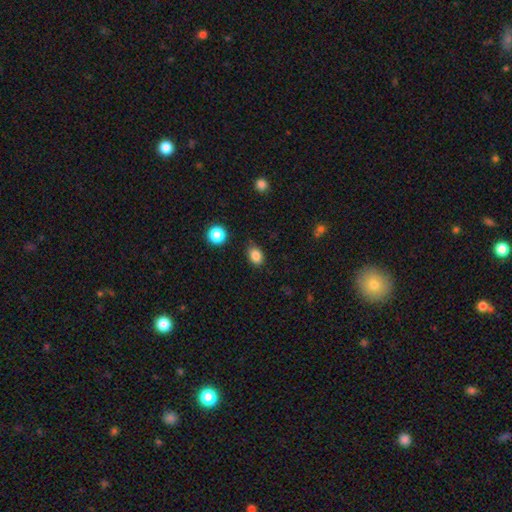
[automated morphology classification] A smooth galaxy with no disk features (85%) that is in between round and cigar-shaped (68%).

Vote fractions:
- Smooth or featured? smooth: 85% / star or artifact: 10% / featured or disk: 4%
- How rounded? in between: 68% / round: 30% / cigar-shaped: 1%
- Merging? none: 79% / minor disturbance: 15% / major disturbance: 3% / merger: 2%